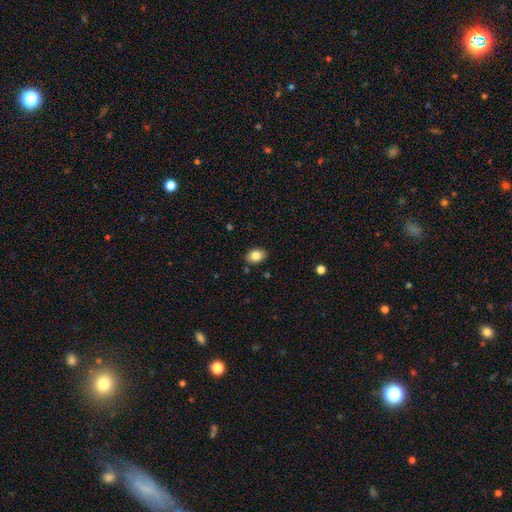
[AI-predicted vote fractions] The model was most divided on "how rounded": in between: 73%, round: 26%, cigar-shaped: 1%. More confident: merging — none (86%); smooth or featured — smooth (84%).